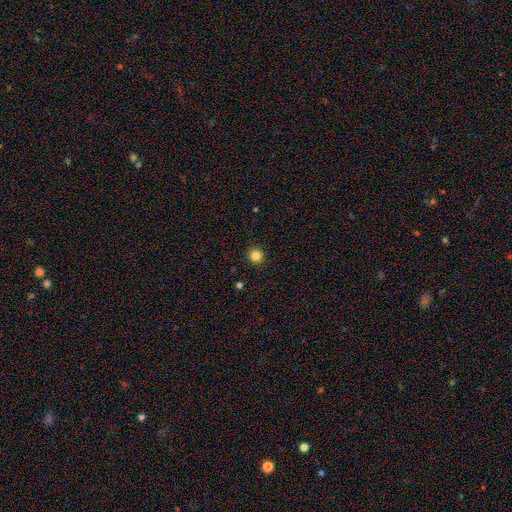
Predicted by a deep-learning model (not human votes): A smooth galaxy with no disk features (84%) that is round (94%). Merging: none (93%).